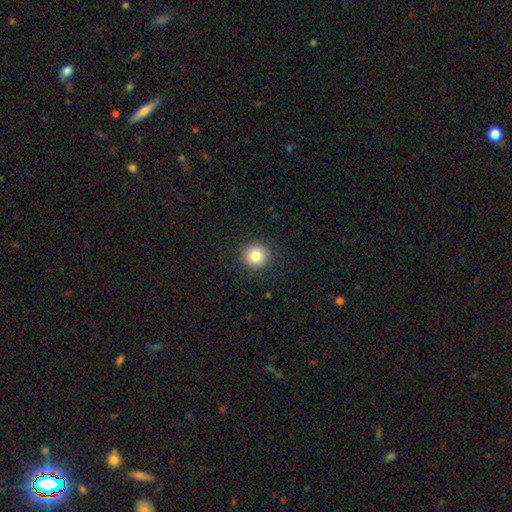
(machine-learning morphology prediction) A smooth galaxy with no disk features (83%) that is round (95%).

Vote fractions:
- Smooth or featured? smooth: 83% / star or artifact: 10% / featured or disk: 7%
- How rounded? round: 95% / in between: 4% / cigar-shaped: 1%
- Merging? none: 91% / minor disturbance: 6% / major disturbance: 2% / merger: 1%